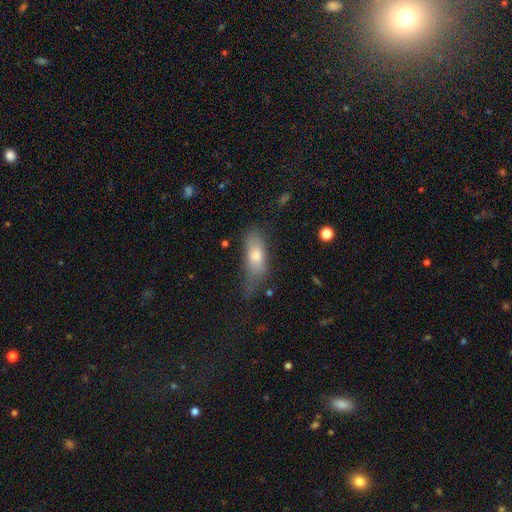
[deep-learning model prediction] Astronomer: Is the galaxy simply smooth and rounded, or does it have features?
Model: smooth — 70%.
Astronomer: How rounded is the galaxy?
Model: in between — 67%.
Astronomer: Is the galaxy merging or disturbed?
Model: none — 41% (runner-up: minor disturbance, 35%).